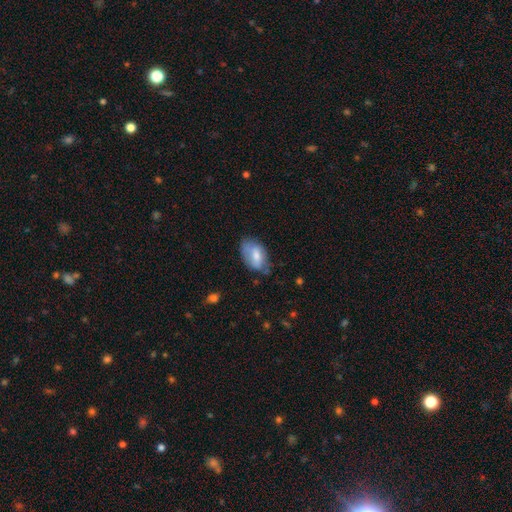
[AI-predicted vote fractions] A smooth galaxy with no disk features (66%) that is in between round and cigar-shaped (92%). Merging: none (55%).